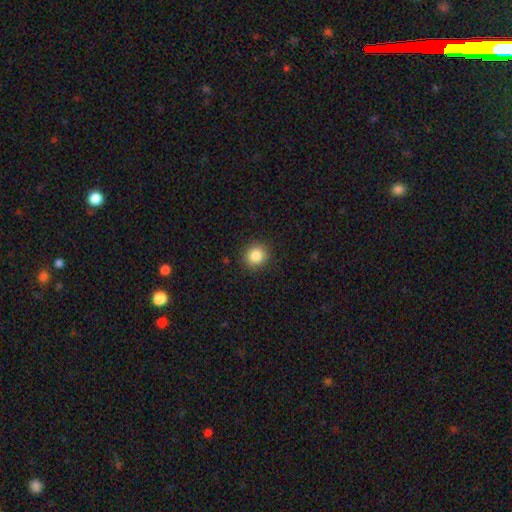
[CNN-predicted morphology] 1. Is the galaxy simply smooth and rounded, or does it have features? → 85% smooth, 10% star or artifact, 5% featured or disk.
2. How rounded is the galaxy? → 90% round, 9% in between, 1% cigar-shaped.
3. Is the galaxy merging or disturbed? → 90% none, 7% minor disturbance, 2% major disturbance, 1% merger.